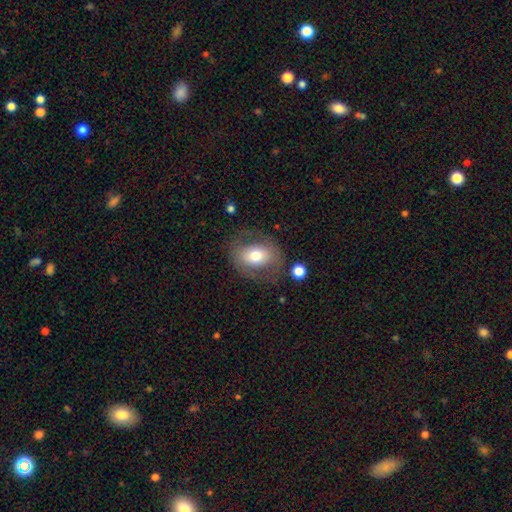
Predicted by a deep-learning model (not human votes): This appears to be a smooth galaxy with no disk features (55%) that is in between round and cigar-shaped (65%). Merging: none (70%).